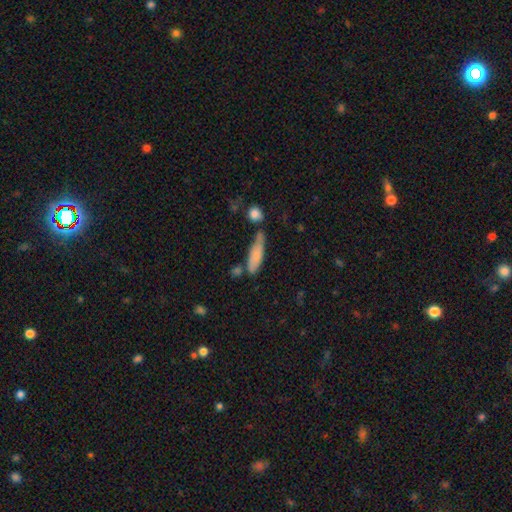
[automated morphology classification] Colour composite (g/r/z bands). It shows a smooth galaxy with no disk features (74%) that is cigar-shaped (61%). Merging: none (55%).